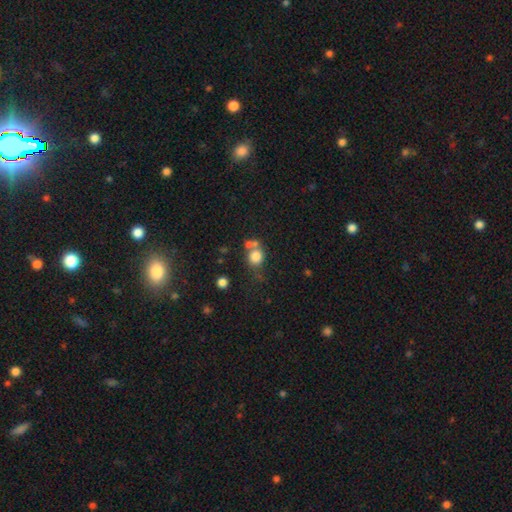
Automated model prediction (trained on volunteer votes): Smooth or featured? smooth (77%)
How rounded? round (78%)
Merging? none (46%)